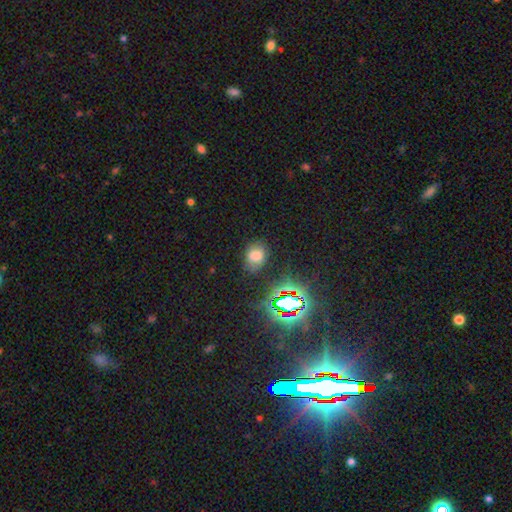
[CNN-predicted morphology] smooth-or-featured: smooth: 68% | star or artifact: 21% | featured or disk: 10%
  how-rounded: in between: 64% | round: 34% | cigar-shaped: 1%
  merging: none: 70% | minor disturbance: 20% | major disturbance: 6% | merger: 3%